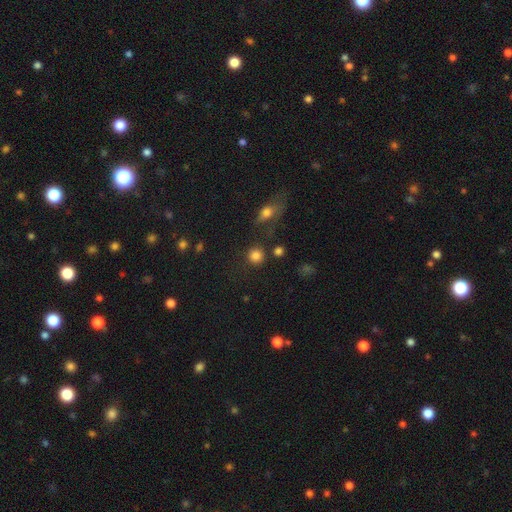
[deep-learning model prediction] smooth_or_featured: smooth (p=0.84) [alt: star or artifact p=0.11]
how_rounded: round (p=0.91) [alt: in between p=0.08]
merging: none (p=0.79) [alt: minor disturbance p=0.09]